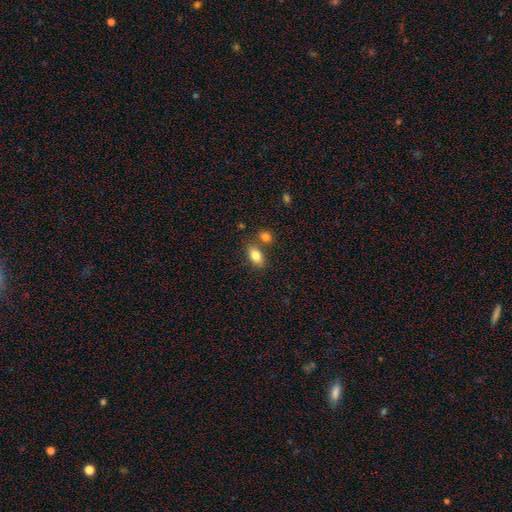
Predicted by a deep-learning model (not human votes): The model was most divided on "merging": none: 68%, merger: 18%, minor disturbance: 11%, major disturbance: 3%. More confident: how rounded — in between (89%); smooth or featured — smooth (83%).